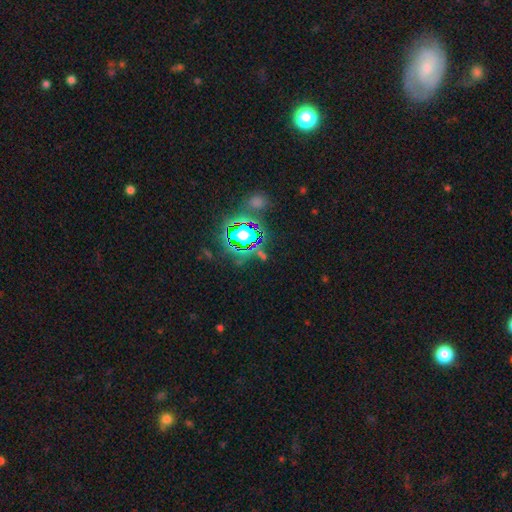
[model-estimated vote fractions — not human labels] Q: Smooth or featured?
A: star or artifact (76%); runner-up: smooth (14%)